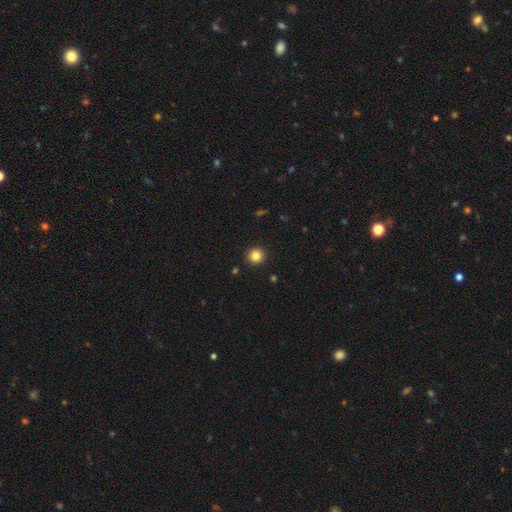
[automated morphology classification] smooth-or-featured: smooth: 84% | star or artifact: 11% | featured or disk: 5%
  how-rounded: round: 94% | in between: 5% | cigar-shaped: 1%
  merging: none: 93% | minor disturbance: 5% | major disturbance: 2% | merger: 1%